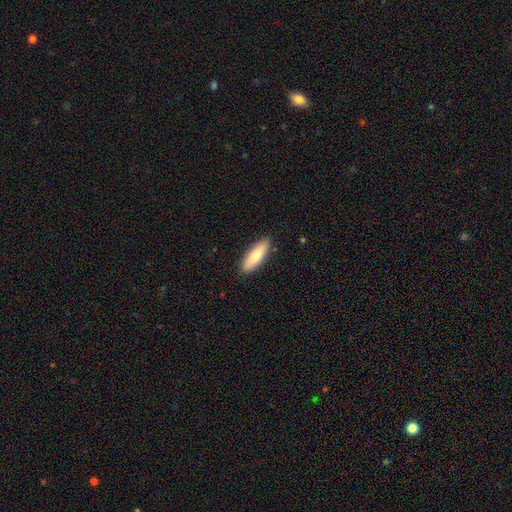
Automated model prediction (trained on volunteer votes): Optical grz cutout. It shows a smooth galaxy with no disk features (80%) that is in between round and cigar-shaped (52%). Merging: none (89%).